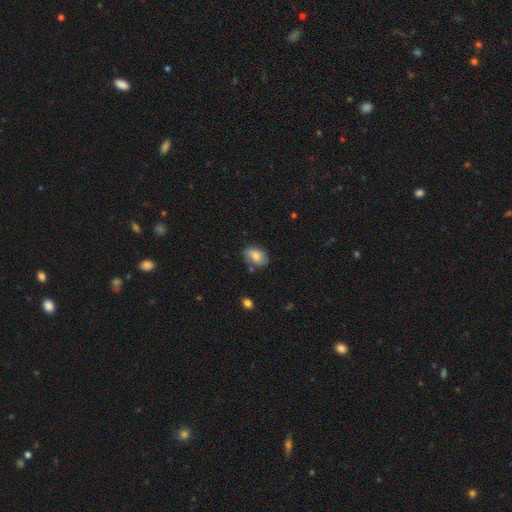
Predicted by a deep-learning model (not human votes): Smooth or featured? Predicted: smooth (p=0.77). How rounded? Predicted: in between (p=0.86). Merging? Predicted: none (p=0.62).